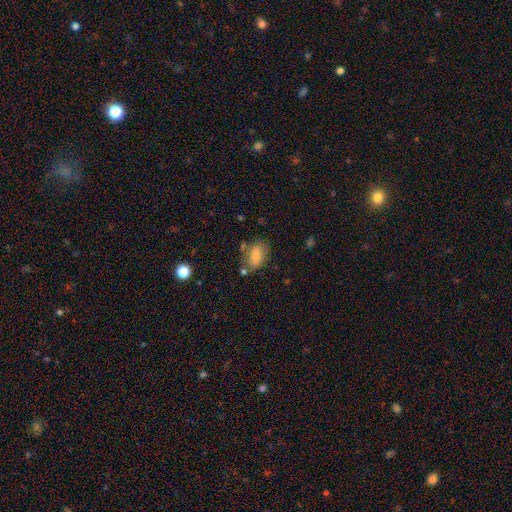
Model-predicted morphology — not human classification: smooth-or-featured: smooth: 69% | featured or disk: 22% | star or artifact: 9%
  how-rounded: in between: 82% | round: 15% | cigar-shaped: 3%
  merging: none: 66% | minor disturbance: 19% | merger: 8% | major disturbance: 6%